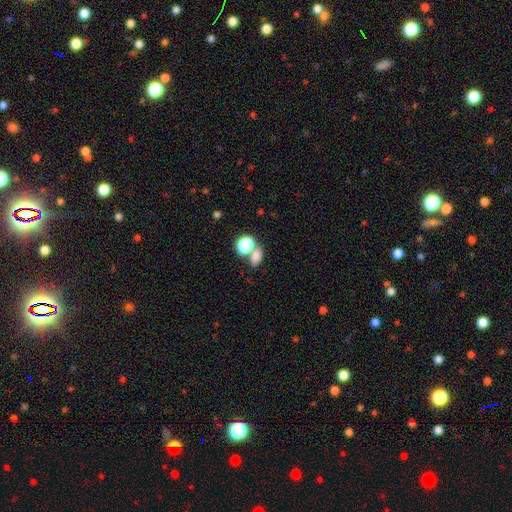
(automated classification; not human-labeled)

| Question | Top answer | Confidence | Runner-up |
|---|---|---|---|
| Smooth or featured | smooth | 75% | star or artifact (17%) |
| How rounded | in between | 69% | round (28%) |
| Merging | none | 53% | merger (33%) |